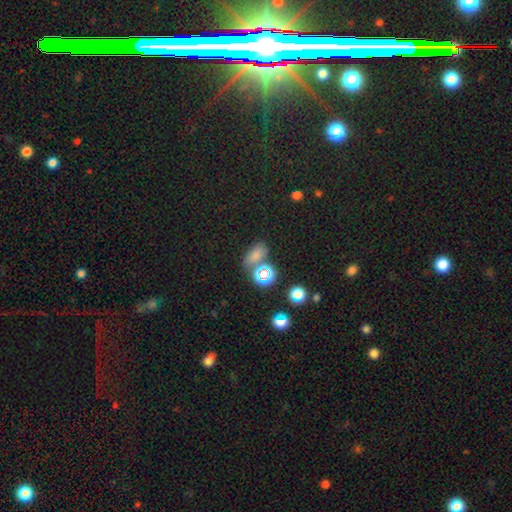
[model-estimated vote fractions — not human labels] Overall: smooth (59%; star or artifact 33%). How rounded: in between (76%). Merging: none (64%).